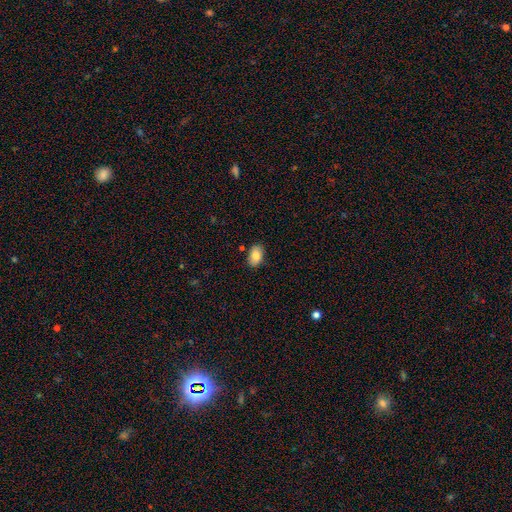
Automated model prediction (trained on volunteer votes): Q: Smooth or featured?
A: smooth (84%); runner-up: featured or disk (9%)
Q: How rounded?
A: in between (91%); runner-up: round (7%)
Q: Merging?
A: none (85%); runner-up: minor disturbance (11%)